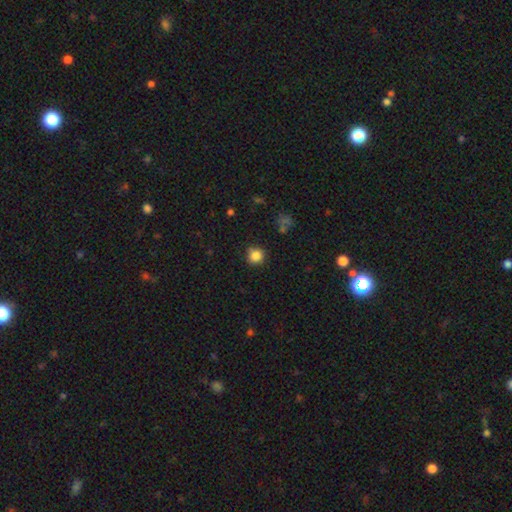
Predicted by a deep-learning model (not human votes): This is clearly a smooth galaxy (84%). How rounded: clearly round (89%). Merging: clearly none (83%).